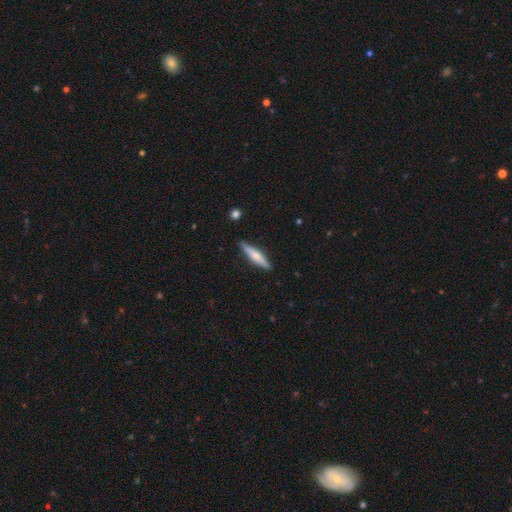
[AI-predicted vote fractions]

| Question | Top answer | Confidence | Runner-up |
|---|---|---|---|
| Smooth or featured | smooth | 56% | featured or disk (39%) |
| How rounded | cigar-shaped | 87% | in between (11%) |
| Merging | none | 88% | minor disturbance (9%) |